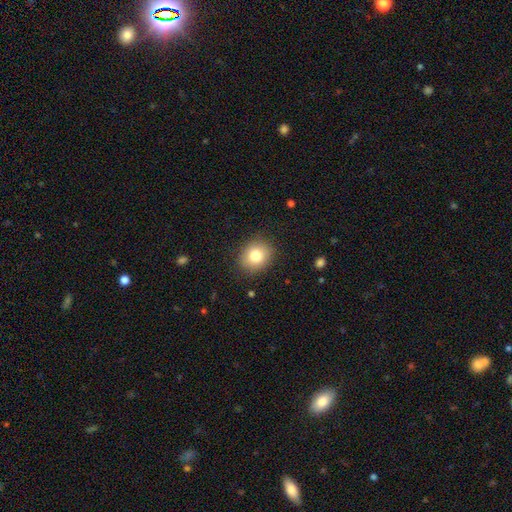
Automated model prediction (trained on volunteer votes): smooth 80%, featured or disk 10%, star or artifact 10%. Down the decision tree: how rounded — round (67%); merging — none (87%).